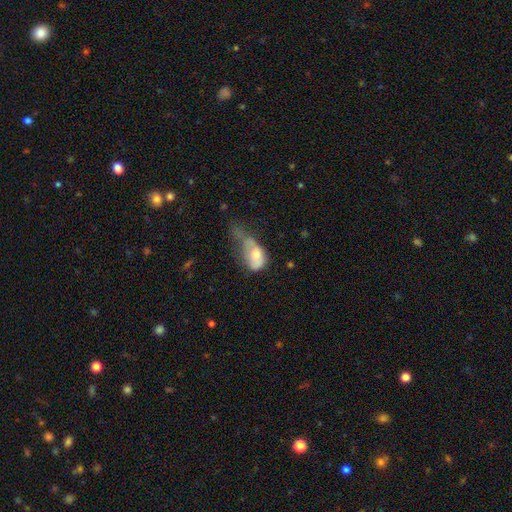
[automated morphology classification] A smooth galaxy with no disk features (64%) that is in between round and cigar-shaped (82%).

Vote fractions:
- Smooth or featured? smooth: 64% / featured or disk: 28% / star or artifact: 9%
- How rounded? in between: 82% / round: 14% / cigar-shaped: 4%
- Merging? major disturbance: 50% / minor disturbance: 20% / merger: 18% / none: 12%